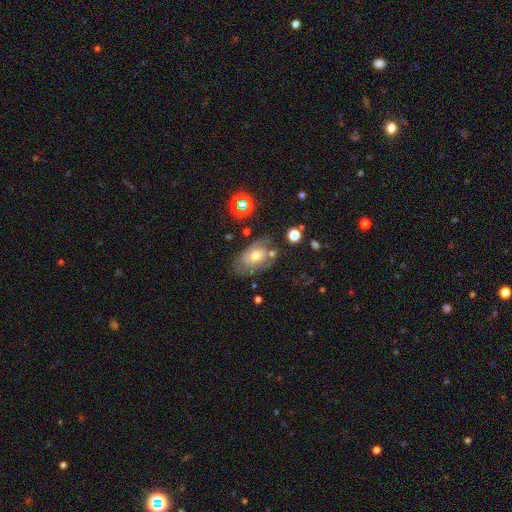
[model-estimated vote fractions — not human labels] featured or disk 62%, smooth 27%, star or artifact 11%. Down the decision tree: edge-on disk — no (94%); bar — no (78%); spiral arms — yes (75%); bulge size — moderate (67%); merging — none (57%).